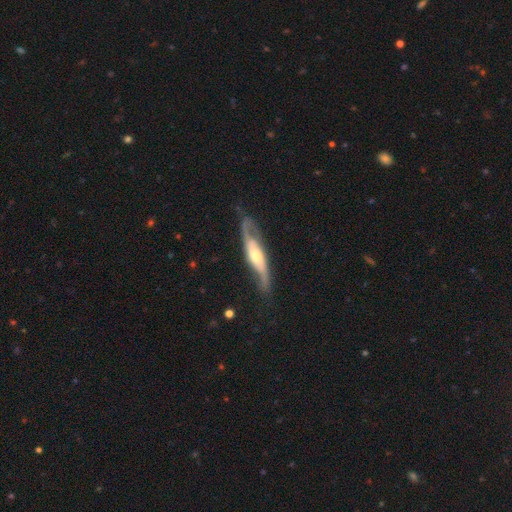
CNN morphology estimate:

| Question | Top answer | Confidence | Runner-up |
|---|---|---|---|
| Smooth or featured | featured or disk | 81% | smooth (14%) |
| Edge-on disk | no | 68% | yes (32%) |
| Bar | no | 50% | weak (33%) |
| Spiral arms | yes | 93% | no (7%) |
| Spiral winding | loose | 49% | medium (38%) |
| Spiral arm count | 2 | 88% | can't tell (6%) |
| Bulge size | moderate | 54% | large (22%) |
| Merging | none | 69% | minor disturbance (19%) |